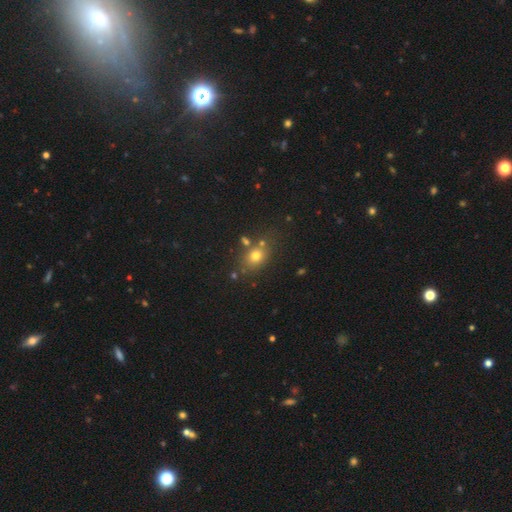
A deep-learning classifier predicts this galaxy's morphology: This is likely a smooth galaxy (72%). How rounded: possibly in between (54%). Merging: likely none (69%).